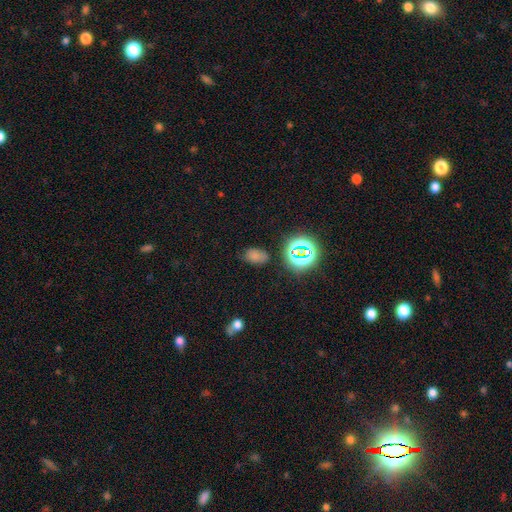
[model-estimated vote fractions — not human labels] Smooth or featured?
  - smooth: 66% *
  - star or artifact: 26%
  - featured or disk: 7%
How rounded?
  - in between: 83% *
  - round: 15%
  - cigar-shaped: 2%
Merging?
  - none: 71% *
  - minor disturbance: 19%
  - major disturbance: 6%
  - merger: 4%